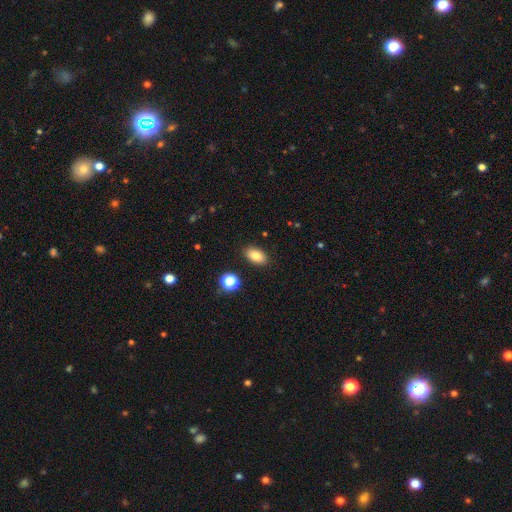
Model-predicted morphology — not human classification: Q: Smooth or featured?
A: smooth (82%); runner-up: star or artifact (10%)
Q: How rounded?
A: in between (90%); runner-up: round (8%)
Q: Merging?
A: none (88%); runner-up: minor disturbance (8%)